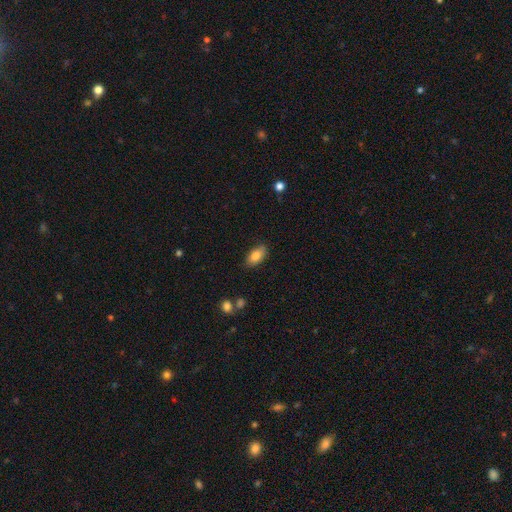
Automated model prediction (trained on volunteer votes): Morphology: type=smooth (82%); roundness=in between (90%); merging=none (83%).